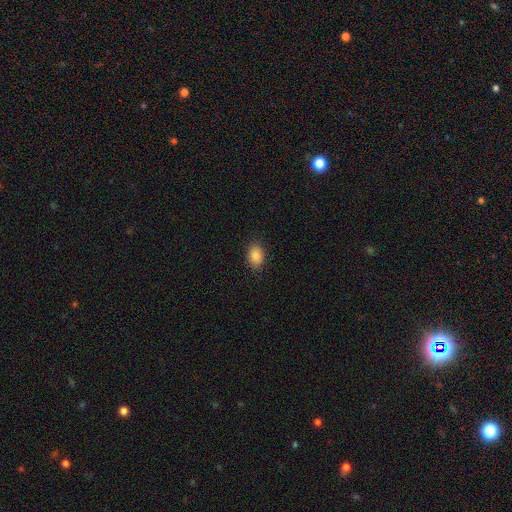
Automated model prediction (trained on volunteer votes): smooth 88%, star or artifact 8%, featured or disk 4%. Down the decision tree: how rounded — in between (84%); merging — none (87%).